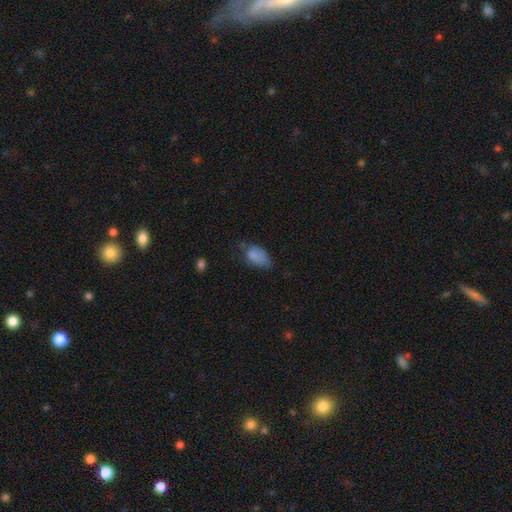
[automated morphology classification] type=smooth (79%); roundness=in between (92%); merging=minor disturbance (40%).